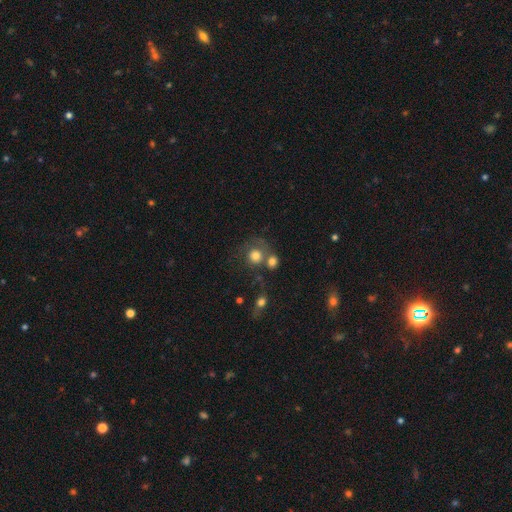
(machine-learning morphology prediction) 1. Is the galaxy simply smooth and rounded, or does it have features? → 70% smooth, 19% featured or disk, 11% star or artifact.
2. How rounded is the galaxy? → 87% round, 12% in between, 1% cigar-shaped.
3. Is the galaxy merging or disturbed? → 40% none, 34% merger, 13% major disturbance, 13% minor disturbance.